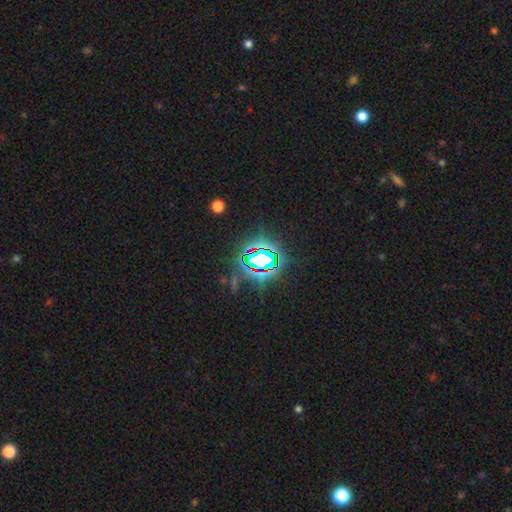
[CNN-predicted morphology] smooth-or-featured: star or artifact: 82% | smooth: 10% | featured or disk: 7%